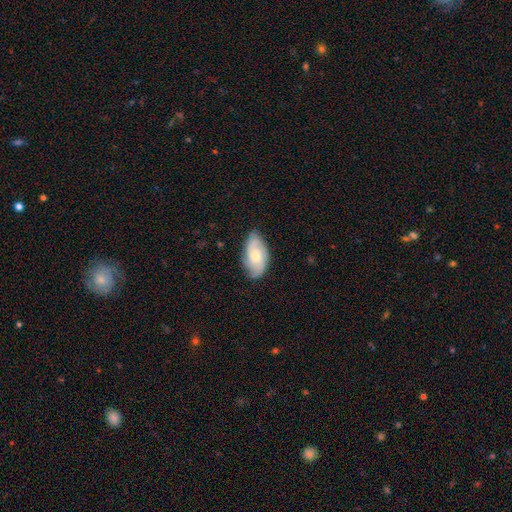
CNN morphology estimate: type=featured or disk (57%); edge-on=no (94%); bar=no (76%); spiral arms=yes (88%); bulge=moderate (48%); merging=none (74%).